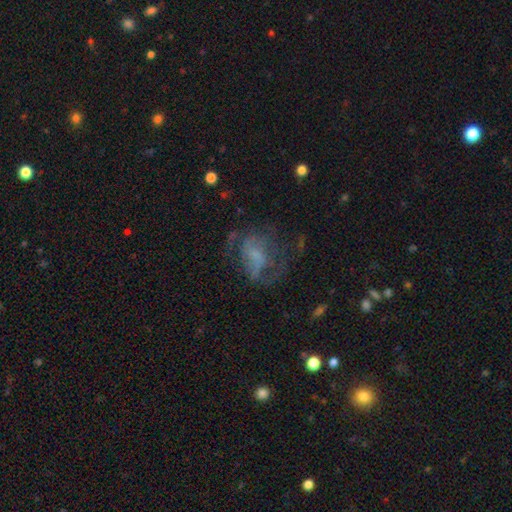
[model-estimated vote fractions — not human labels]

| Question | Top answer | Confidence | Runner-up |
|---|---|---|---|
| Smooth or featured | featured or disk | 53% | smooth (32%) |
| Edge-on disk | no | 97% | yes (3%) |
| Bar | no | 65% | weak (28%) |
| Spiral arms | no | 52% | yes (48%) |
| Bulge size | none | 42% | small (33%) |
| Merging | major disturbance | 39% | tied: none (39%) |